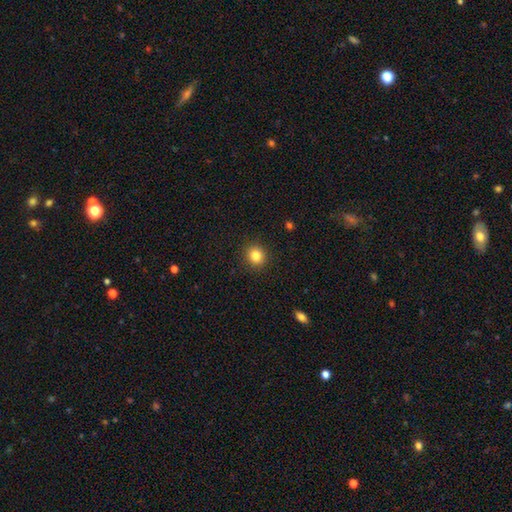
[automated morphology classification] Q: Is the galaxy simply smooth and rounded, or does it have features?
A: smooth — 83%.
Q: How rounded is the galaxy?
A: round — 87%.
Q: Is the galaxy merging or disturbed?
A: none — 92%.